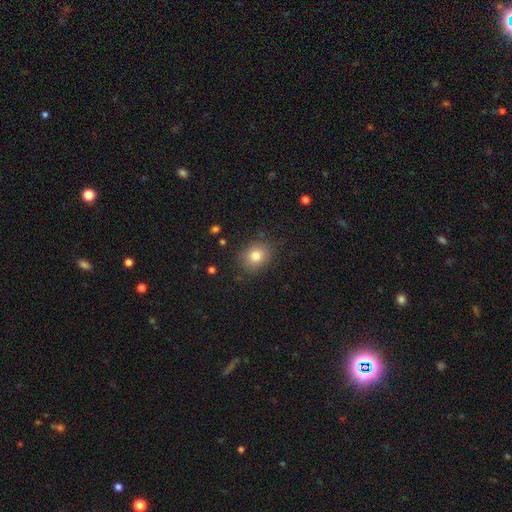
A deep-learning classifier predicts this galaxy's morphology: smooth 79%, star or artifact 12%, featured or disk 9%. Down the decision tree: how rounded — round (60%); merging — none (84%).